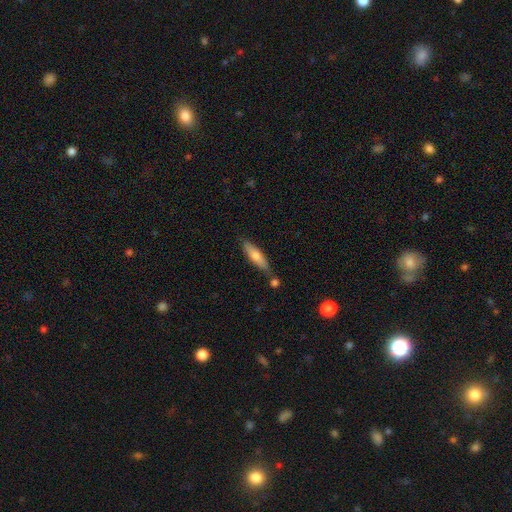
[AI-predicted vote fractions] Smooth or featured: smooth — 65% (featured or disk — 29%)
How rounded: cigar-shaped — 75% (in between — 23%)
Merging: none — 72% (minor disturbance — 15%)